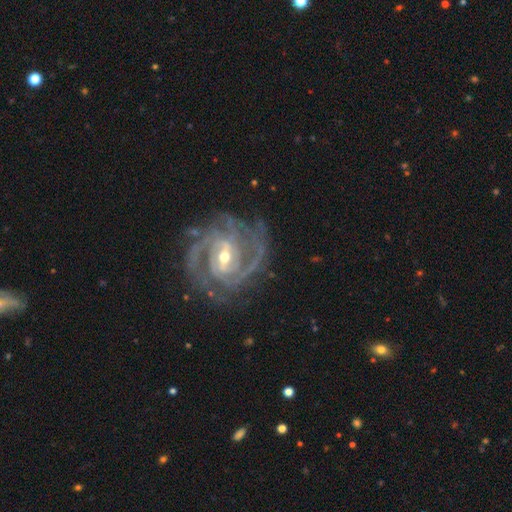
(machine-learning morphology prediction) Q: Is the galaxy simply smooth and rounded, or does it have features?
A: featured or disk — 90%.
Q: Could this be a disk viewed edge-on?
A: no — 97%.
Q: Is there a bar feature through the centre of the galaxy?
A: weak — 42%.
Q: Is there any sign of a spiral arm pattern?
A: yes — 98%.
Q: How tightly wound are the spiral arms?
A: tight — 59%.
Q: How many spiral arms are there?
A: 2 — 38%.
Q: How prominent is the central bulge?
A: small — 55%.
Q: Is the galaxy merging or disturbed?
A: none — 79%.